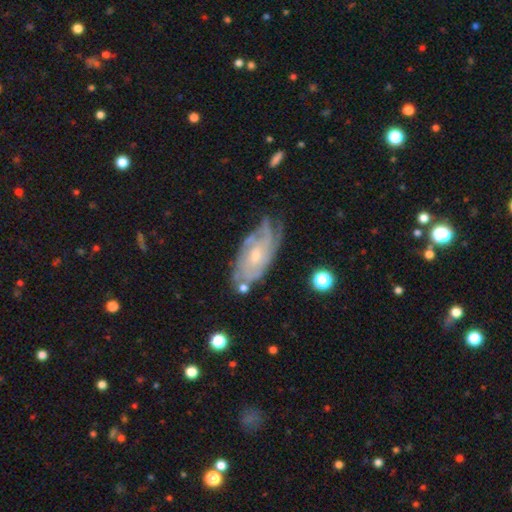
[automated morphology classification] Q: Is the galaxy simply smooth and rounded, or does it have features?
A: featured or disk — 79%.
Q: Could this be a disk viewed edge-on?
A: no — 91%.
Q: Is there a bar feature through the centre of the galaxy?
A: no — 68%.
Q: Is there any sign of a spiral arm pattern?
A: yes — 92%.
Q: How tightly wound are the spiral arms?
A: tight — 65%.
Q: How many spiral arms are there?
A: can't tell — 47%.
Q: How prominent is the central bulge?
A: small — 59%.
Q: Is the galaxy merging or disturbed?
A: none — 62%.